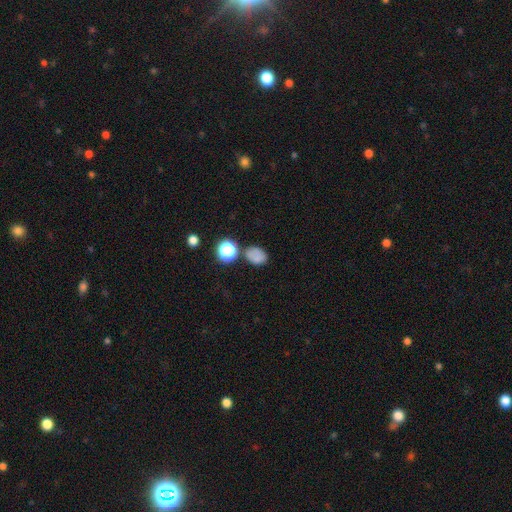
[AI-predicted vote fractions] Smooth or featured? Predicted: smooth (p=0.72). How rounded? Predicted: in between (p=0.64). Merging? Predicted: none (p=0.63).